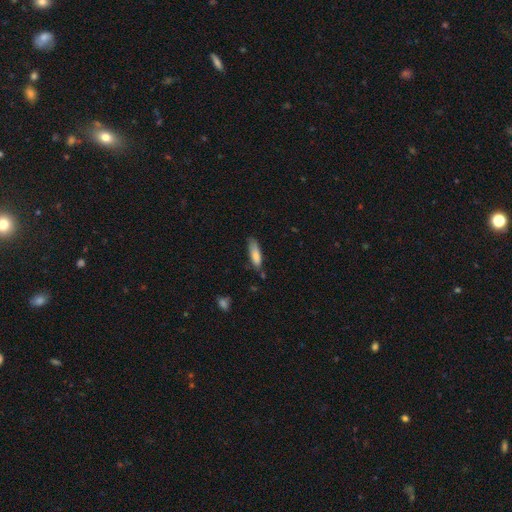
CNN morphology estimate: Smooth or featured?
  - smooth: 83% *
  - featured or disk: 11%
  - star or artifact: 6%
How rounded?
  - cigar-shaped: 55% *
  - in between: 43%
  - round: 2%
Merging?
  - none: 63% *
  - minor disturbance: 29%
  - major disturbance: 6%
  - merger: 3%